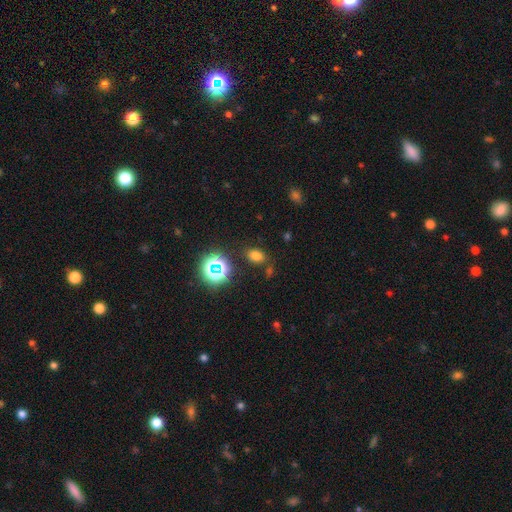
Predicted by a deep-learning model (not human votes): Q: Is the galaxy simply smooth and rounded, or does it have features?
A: smooth — 71%.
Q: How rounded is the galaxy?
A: in between — 74%.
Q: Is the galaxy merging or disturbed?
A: none — 79%.